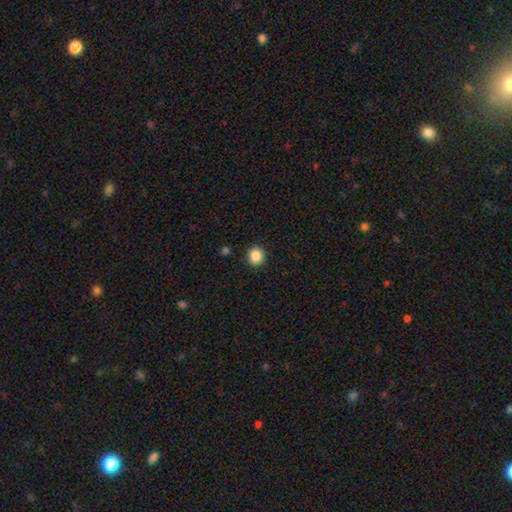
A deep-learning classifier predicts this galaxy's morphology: smooth-or-featured: smooth: 86% | star or artifact: 10% | featured or disk: 4%
  how-rounded: round: 91% | in between: 8% | cigar-shaped: 1%
  merging: none: 92% | minor disturbance: 5% | major disturbance: 2% | merger: 1%